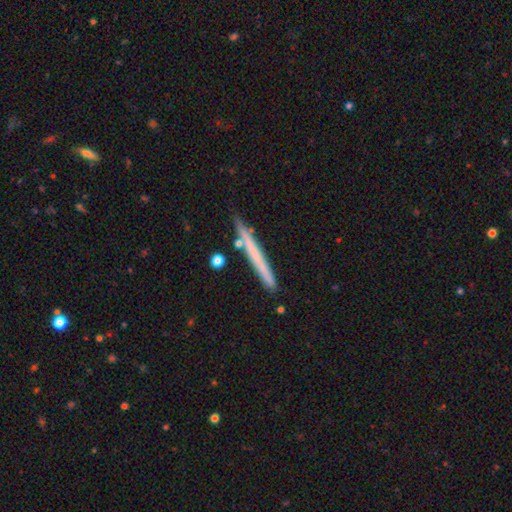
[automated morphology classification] Smooth or featured?
  - smooth: 51% *
  - featured or disk: 42%
  - star or artifact: 7%
How rounded?
  - cigar-shaped: 97% *
  - in between: 2%
  - round: 2%
Merging?
  - none: 84% *
  - minor disturbance: 11%
  - merger: 4%
  - major disturbance: 2%